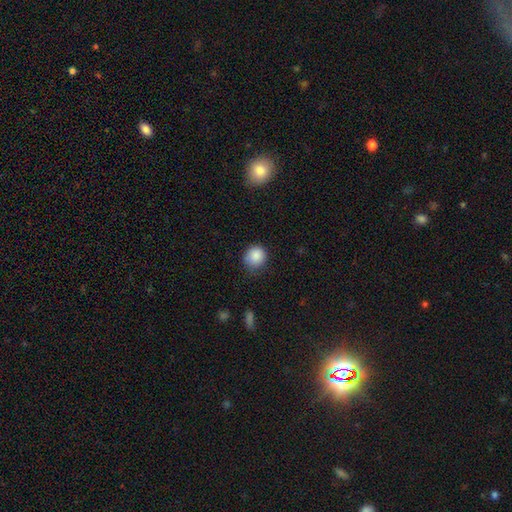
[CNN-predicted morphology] type=smooth (87%); roundness=round (85%); merging=none (73%).